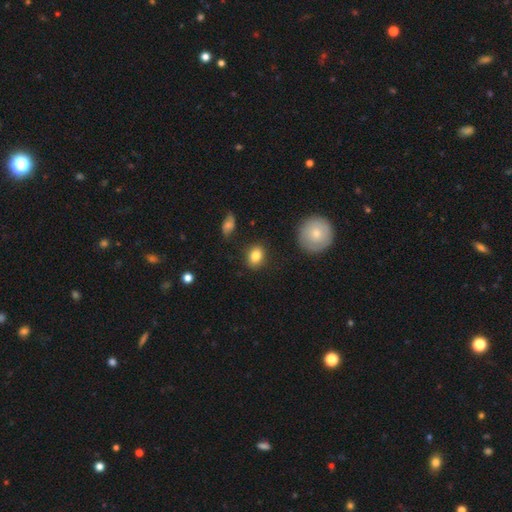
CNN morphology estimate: type=smooth (84%); roundness=in between (59%); merging=none (85%).